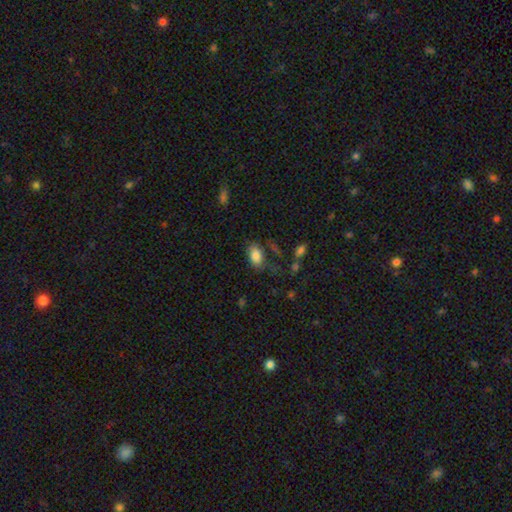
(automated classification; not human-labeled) A smooth galaxy with no disk features (83%) that is in between round and cigar-shaped (91%). Merging: none (59%).